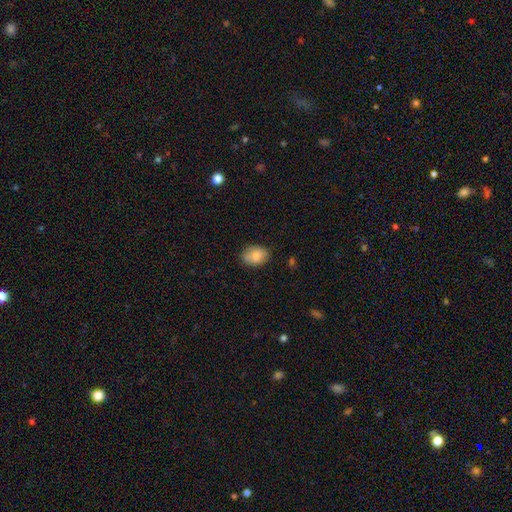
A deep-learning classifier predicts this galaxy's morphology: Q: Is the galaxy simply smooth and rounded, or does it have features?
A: smooth — 82%.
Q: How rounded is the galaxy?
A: in between — 63%.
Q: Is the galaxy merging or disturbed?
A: none — 74%.